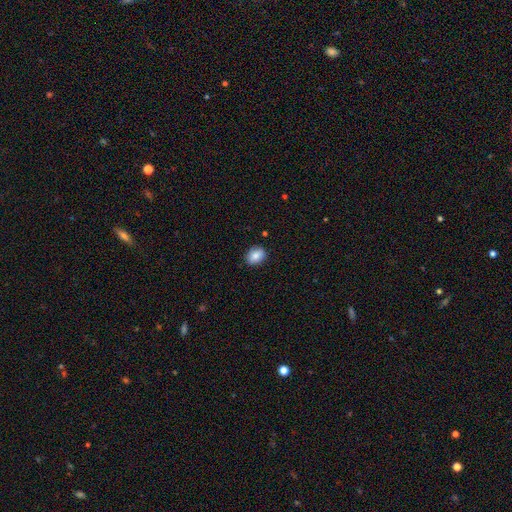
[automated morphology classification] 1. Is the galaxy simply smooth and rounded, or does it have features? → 86% smooth, 8% star or artifact, 6% featured or disk.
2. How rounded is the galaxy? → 62% in between, 37% round, 1% cigar-shaped.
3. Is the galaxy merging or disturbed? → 88% none, 9% minor disturbance, 2% major disturbance, 1% merger.